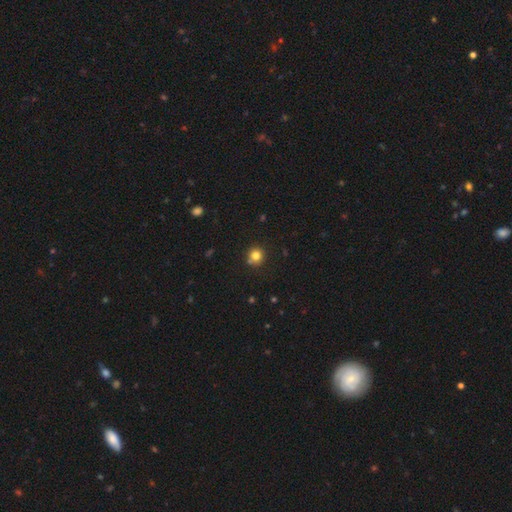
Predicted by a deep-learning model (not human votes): A smooth galaxy with no disk features (79%) that is round (92%). Merging: none (79%).